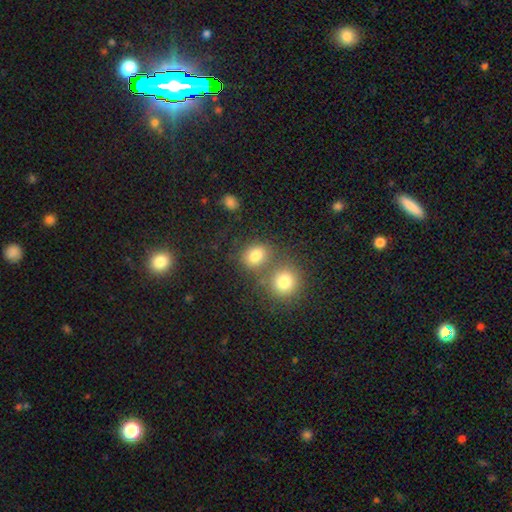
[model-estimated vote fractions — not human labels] Q: Smooth or featured?
A: smooth (79%); runner-up: star or artifact (13%)
Q: How rounded?
A: round (52%); runner-up: in between (46%)
Q: Merging?
A: none (50%); runner-up: merger (35%)